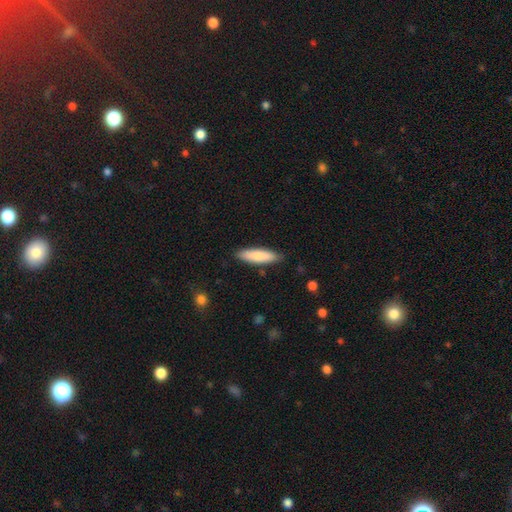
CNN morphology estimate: This is clearly a smooth galaxy (81%). How rounded: likely cigar-shaped (60%). Merging: clearly none (85%).